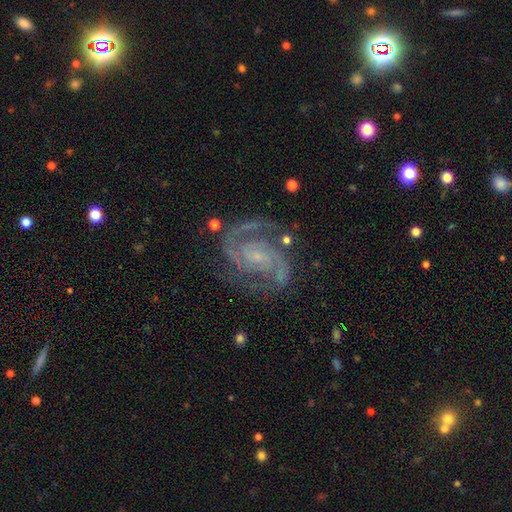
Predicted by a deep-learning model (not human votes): A featured or disk galaxy (92%) with no bar (48%), 2 (90%) medium (57%) spiral arms (99%) and a small central bulge (70%). Merging: none (78%).